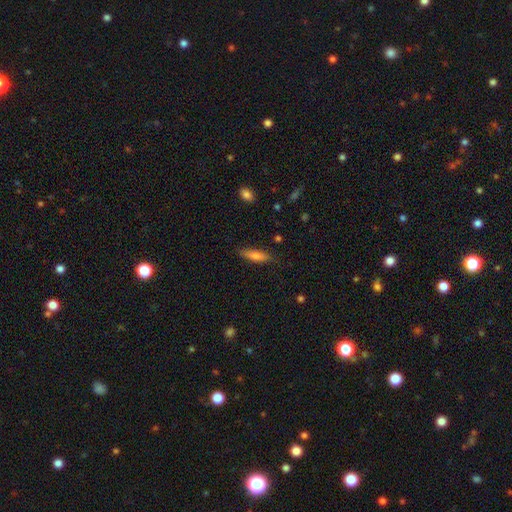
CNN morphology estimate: Smooth or featured? Predicted: smooth (p=0.71). How rounded? Predicted: cigar-shaped (p=0.72). Merging? Predicted: none (p=0.83).